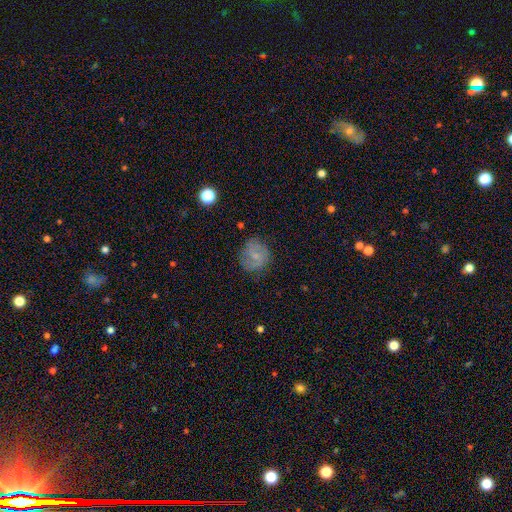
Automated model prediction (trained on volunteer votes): smooth_or_featured: smooth (p=0.54) [alt: featured or disk p=0.36]
how_rounded: round (p=0.85) [alt: in between p=0.14]
merging: none (p=0.73) [alt: minor disturbance p=0.19]